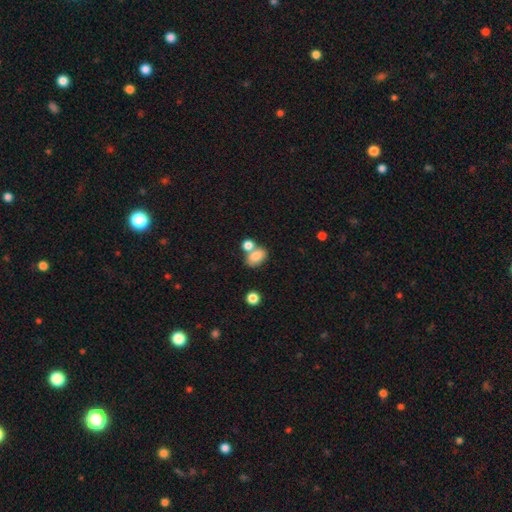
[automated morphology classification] The model was most divided on "merging": none: 42%, merger: 41%, minor disturbance: 12%, major disturbance: 5%. More confident: smooth or featured — smooth (79%); how rounded — in between (77%).